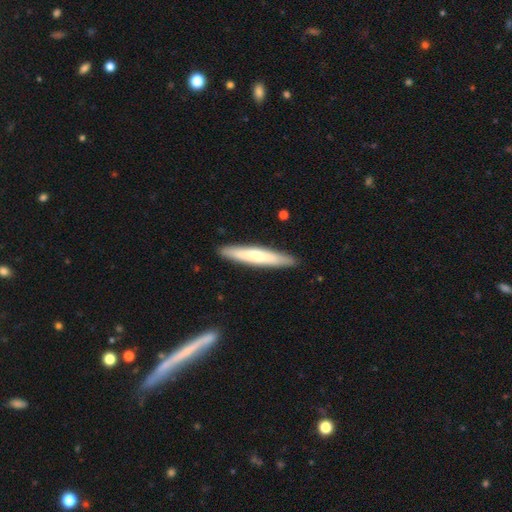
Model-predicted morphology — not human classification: smooth-or-featured: smooth: 60% | featured or disk: 35% | star or artifact: 5%
  how-rounded: cigar-shaped: 92% | in between: 6% | round: 1%
  merging: none: 91% | minor disturbance: 7% | major disturbance: 1% | merger: 1%